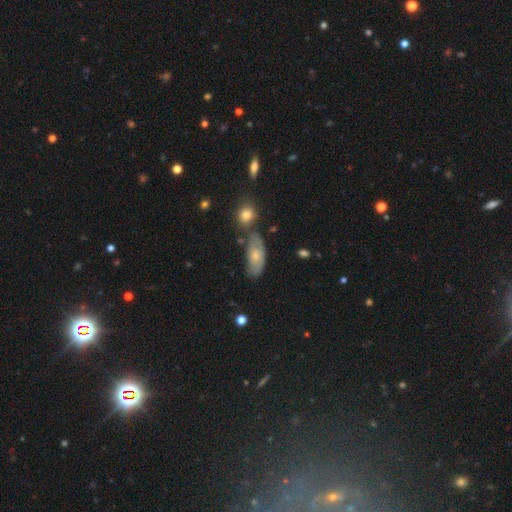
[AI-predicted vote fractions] This is possibly a smooth galaxy (52%). How rounded: clearly in between (86%). Merging: possibly none (53%).